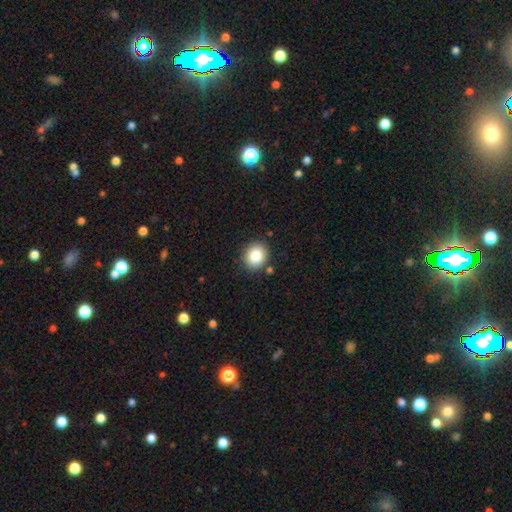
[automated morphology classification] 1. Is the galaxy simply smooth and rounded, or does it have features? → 84% smooth, 10% star or artifact, 6% featured or disk.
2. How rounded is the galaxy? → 74% round, 25% in between, 1% cigar-shaped.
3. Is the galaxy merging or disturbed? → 87% none, 8% minor disturbance, 3% merger, 2% major disturbance.